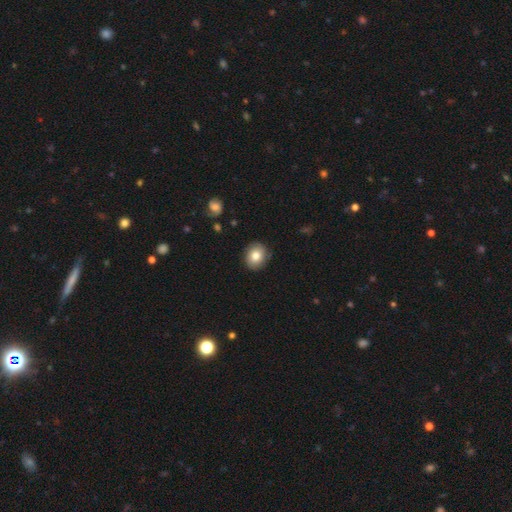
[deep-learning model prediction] smooth 80%, featured or disk 12%, star or artifact 8%. Down the decision tree: how rounded — round (68%); merging — none (86%).